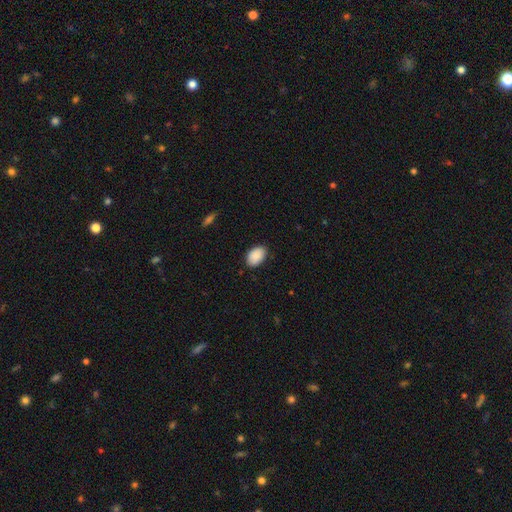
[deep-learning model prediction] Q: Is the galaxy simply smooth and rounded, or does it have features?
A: smooth — 90%.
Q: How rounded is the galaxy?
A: in between — 88%.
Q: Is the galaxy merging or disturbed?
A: none — 84%.